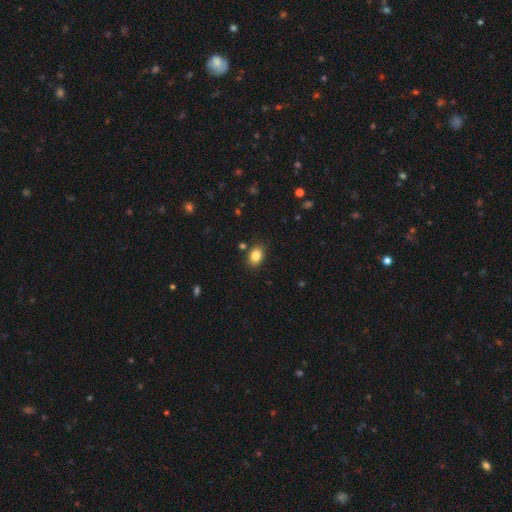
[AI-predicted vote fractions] Overall: smooth (84%). How rounded: in between (73%). Merging: none (85%).